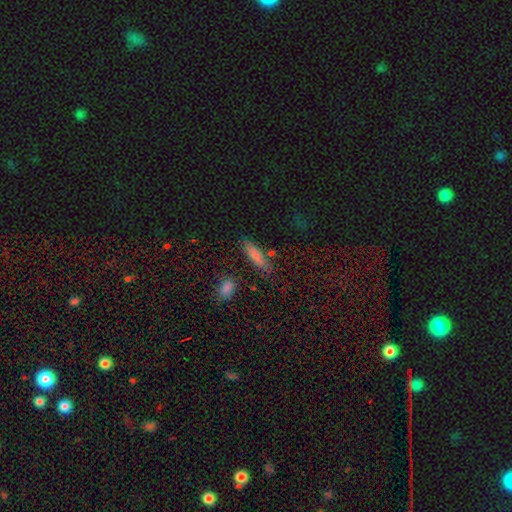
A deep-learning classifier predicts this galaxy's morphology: type=smooth (78%); roundness=cigar-shaped (60%); merging=none (80%).